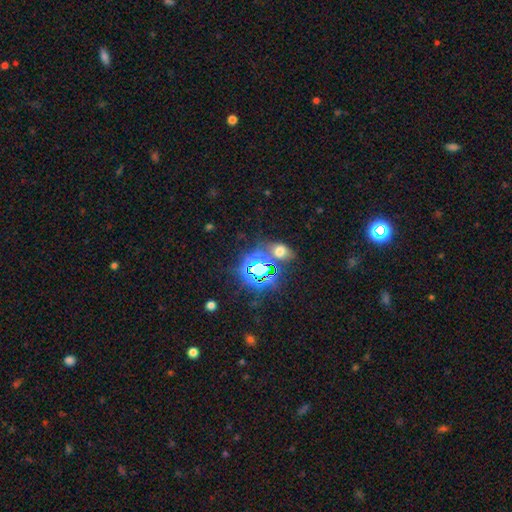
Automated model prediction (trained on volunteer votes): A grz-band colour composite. It shows a star or artifact, not a galaxy (74%).